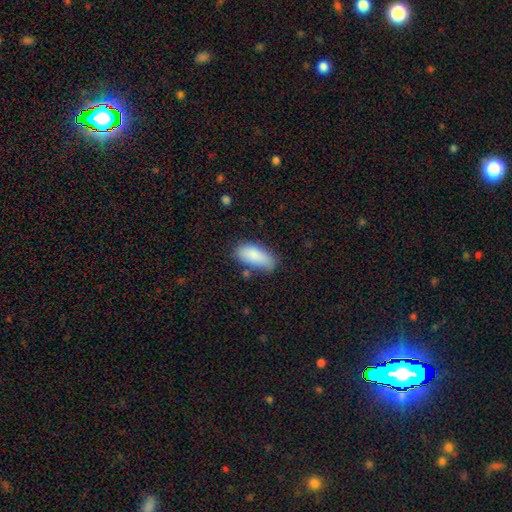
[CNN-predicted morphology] type=smooth (86%); roundness=in between (84%); merging=none (66%).